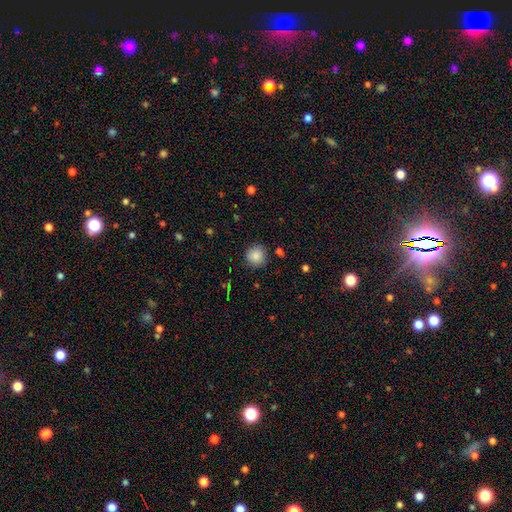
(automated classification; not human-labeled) This is clearly a smooth galaxy (87%). How rounded: clearly round (93%). Merging: clearly none (87%).